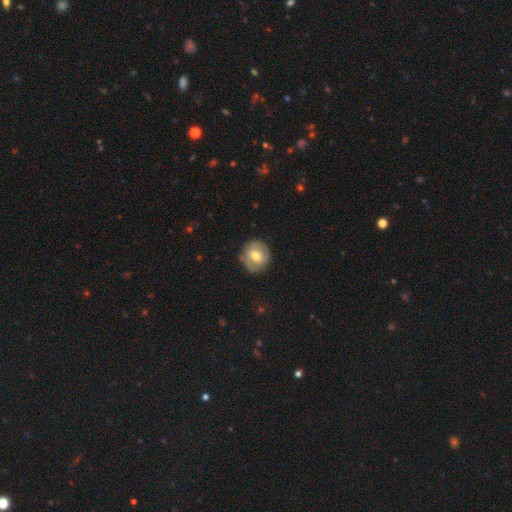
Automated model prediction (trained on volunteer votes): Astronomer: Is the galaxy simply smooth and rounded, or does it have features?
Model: smooth — 51% (runner-up: featured or disk, 42%).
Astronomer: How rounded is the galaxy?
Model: round — 83%.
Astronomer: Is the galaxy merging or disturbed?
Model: none — 82%.